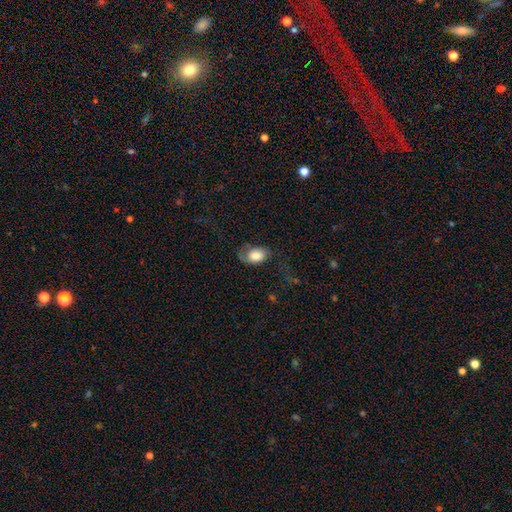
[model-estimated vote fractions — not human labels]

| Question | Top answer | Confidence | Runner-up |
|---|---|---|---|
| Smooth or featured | smooth | 75% | featured or disk (17%) |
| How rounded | in between | 86% | round (13%) |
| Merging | none | 47% | minor disturbance (28%) |